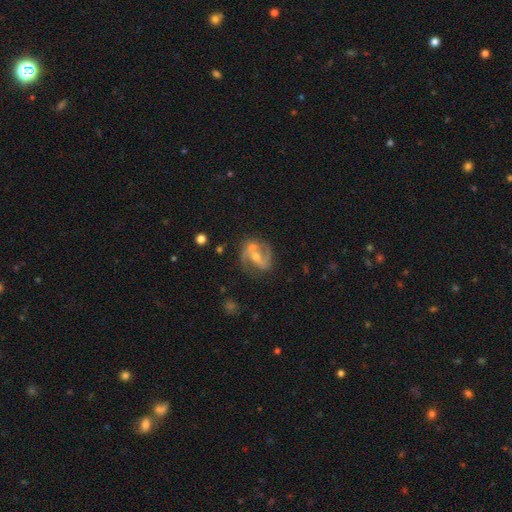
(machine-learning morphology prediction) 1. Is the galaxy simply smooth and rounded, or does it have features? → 84% featured or disk, 10% smooth, 6% star or artifact.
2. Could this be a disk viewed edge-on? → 97% no, 3% yes.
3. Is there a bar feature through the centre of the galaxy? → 40% weak, 33% strong, 27% no.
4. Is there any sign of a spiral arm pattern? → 94% yes, 6% no.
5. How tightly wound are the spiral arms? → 56% medium, 24% loose, 20% tight.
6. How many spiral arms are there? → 87% 2, 4% can't tell, 4% 1, 3% 3, 1% 4, 1% more than 4.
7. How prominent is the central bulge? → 50% moderate, 44% small, 3% none, 2% large, 1% dominant.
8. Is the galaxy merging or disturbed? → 62% none, 19% minor disturbance, 10% merger, 9% major disturbance.